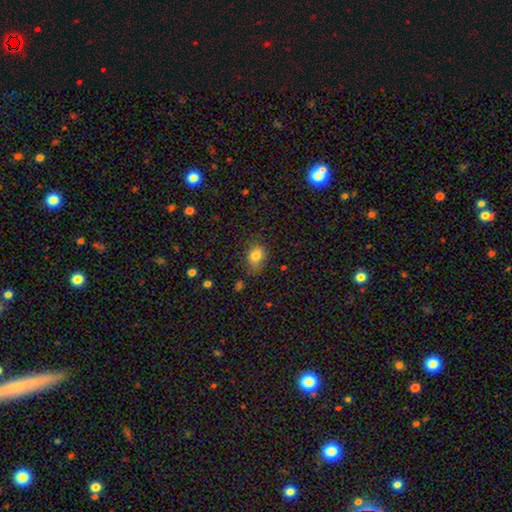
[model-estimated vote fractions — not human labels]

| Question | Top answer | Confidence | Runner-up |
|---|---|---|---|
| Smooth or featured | smooth | 82% | star or artifact (10%) |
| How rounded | in between | 72% | round (27%) |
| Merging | none | 70% | minor disturbance (23%) |